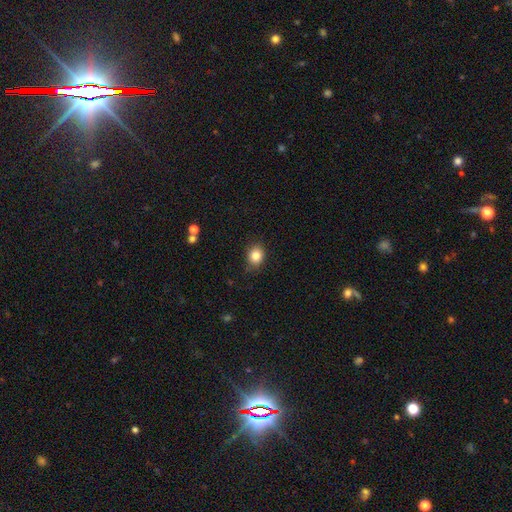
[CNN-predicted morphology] This appears to be a smooth galaxy with no disk features (84%) that is round (58%). Merging: none (83%).